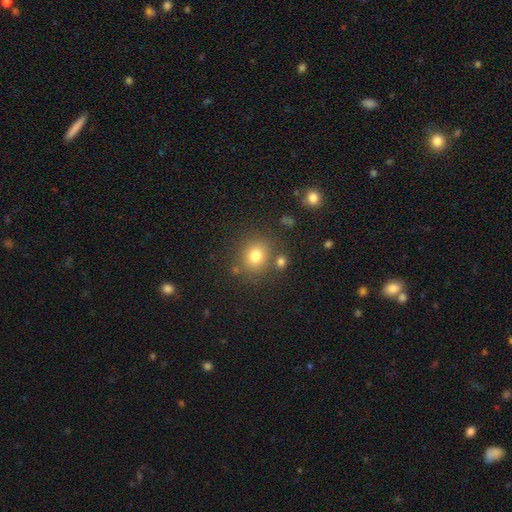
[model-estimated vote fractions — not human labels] This appears to be a smooth galaxy with no disk features (77%) that is round (81%). Merging: none (78%).